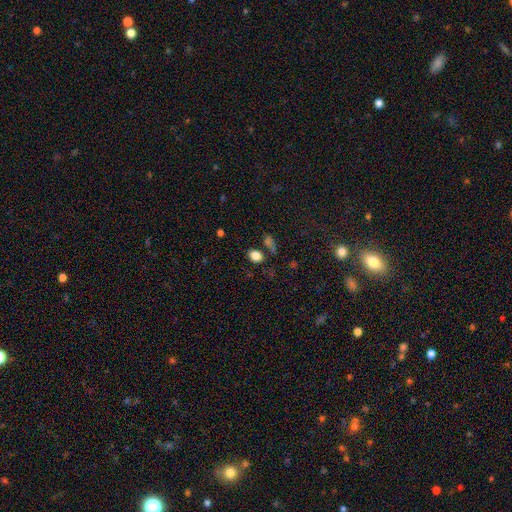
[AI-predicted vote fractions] Smooth or featured: smooth — 83% (star or artifact — 11%)
How rounded: in between — 66% (round — 33%)
Merging: none — 74% (minor disturbance — 12%)